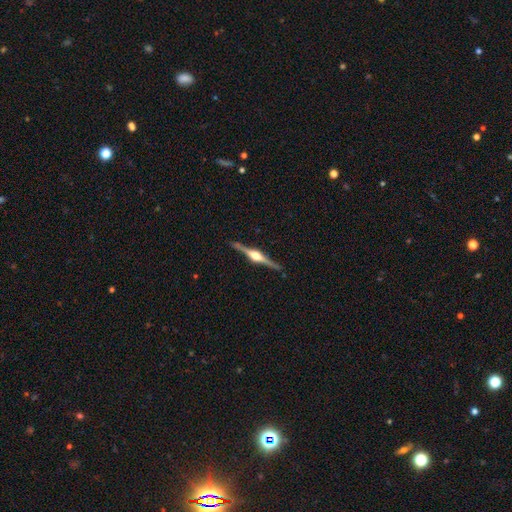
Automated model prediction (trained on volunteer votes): smooth_or_featured: featured or disk (p=0.87) [alt: smooth p=0.09]
disk_edge_on: yes (p=0.99) [alt: no p=0.01]
edge_on_bulge: rounded (p=0.95) [alt: boxy p=0.04]
merging: none (p=0.90) [alt: minor disturbance p=0.07]